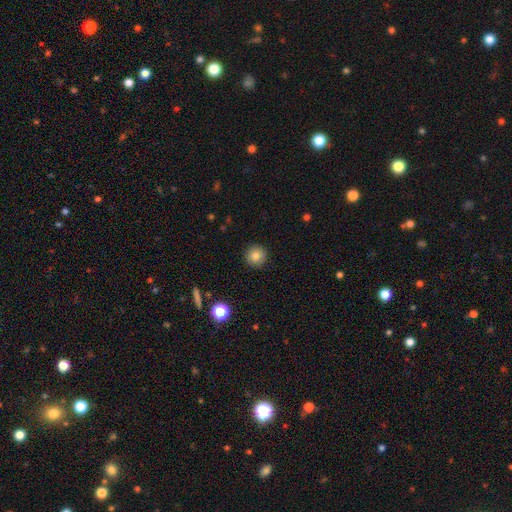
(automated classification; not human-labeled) Q: Smooth or featured?
A: smooth (81%); runner-up: star or artifact (11%)
Q: How rounded?
A: round (95%); runner-up: in between (4%)
Q: Merging?
A: none (92%); runner-up: minor disturbance (5%)